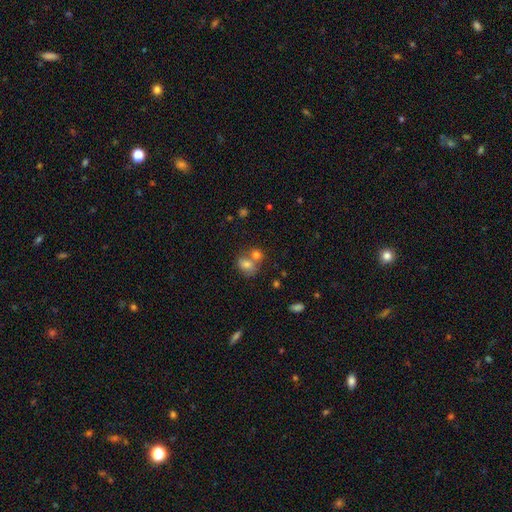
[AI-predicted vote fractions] smooth 69%, star or artifact 17%, featured or disk 14%. Down the decision tree: how rounded — round (50%); merging — merger (46%).